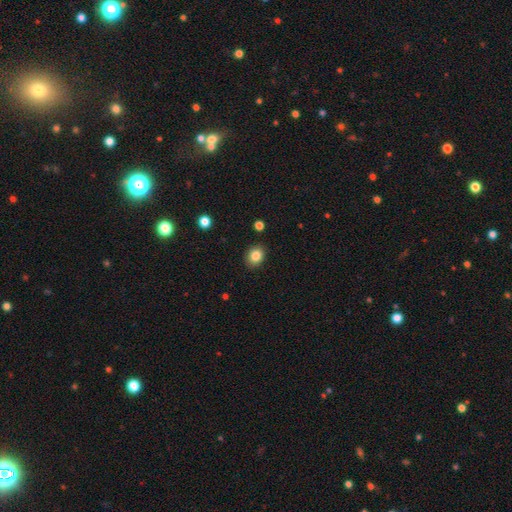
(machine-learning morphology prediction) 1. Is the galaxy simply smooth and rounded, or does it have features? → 84% smooth, 10% star or artifact, 6% featured or disk.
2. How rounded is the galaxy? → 51% round, 48% in between, 1% cigar-shaped.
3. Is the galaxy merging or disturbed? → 88% none, 8% minor disturbance, 2% major disturbance, 1% merger.